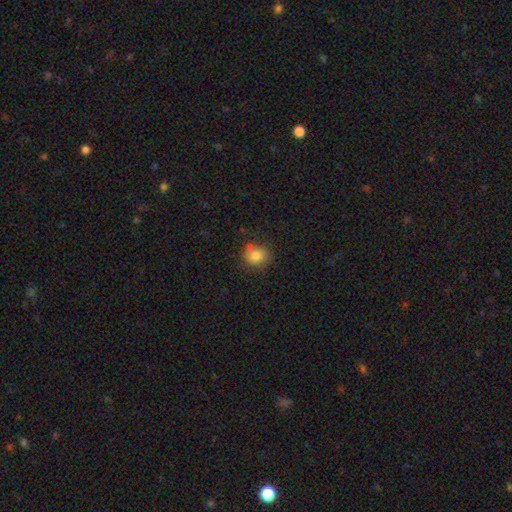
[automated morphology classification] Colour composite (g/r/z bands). It shows a smooth galaxy with no disk features (84%) that is round (62%). Merging: none (69%).